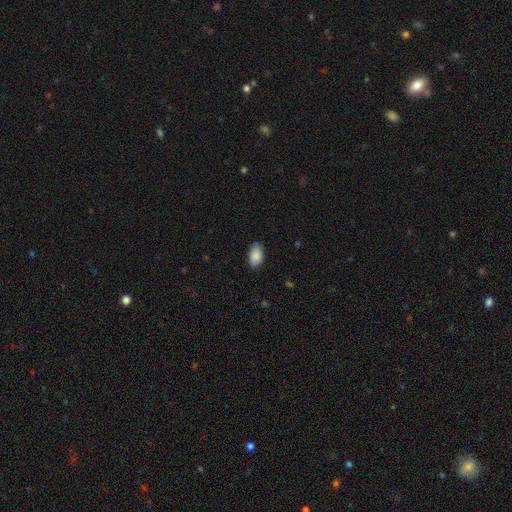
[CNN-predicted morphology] smooth 89%, star or artifact 7%, featured or disk 5%. Down the decision tree: how rounded — in between (93%); merging — none (85%).